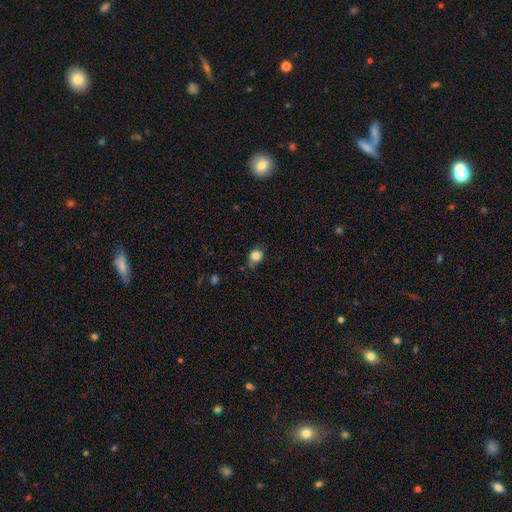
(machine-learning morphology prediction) Smooth or featured?
  - smooth: 83% *
  - star or artifact: 11%
  - featured or disk: 6%
How rounded?
  - round: 73% *
  - in between: 26%
  - cigar-shaped: 1%
Merging?
  - none: 64% *
  - minor disturbance: 27%
  - major disturbance: 6%
  - merger: 3%